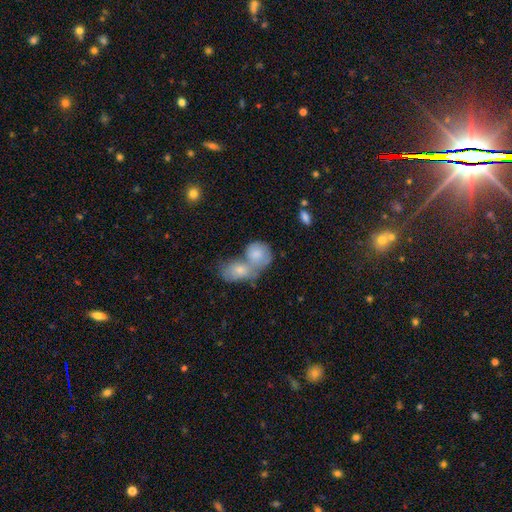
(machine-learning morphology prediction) Smooth or featured? Predicted: smooth (p=0.75). How rounded? Predicted: round (p=0.51). Merging? Predicted: merger (p=0.71).